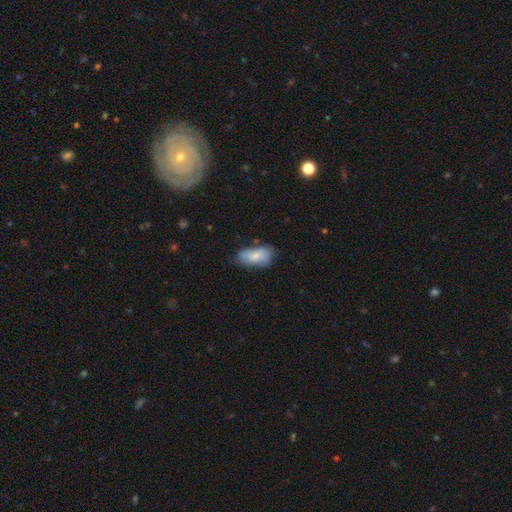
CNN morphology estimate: smooth 75%, featured or disk 18%, star or artifact 7%. Down the decision tree: how rounded — in between (92%); merging — none (52%).